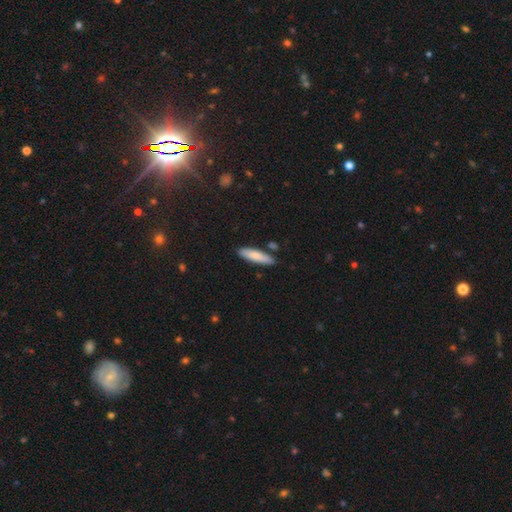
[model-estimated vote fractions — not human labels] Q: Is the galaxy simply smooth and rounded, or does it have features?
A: smooth — 81%.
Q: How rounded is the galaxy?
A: cigar-shaped — 70%.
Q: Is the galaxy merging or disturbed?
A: none — 83%.